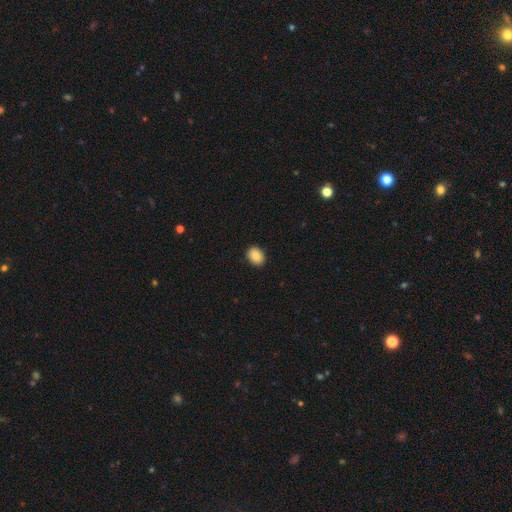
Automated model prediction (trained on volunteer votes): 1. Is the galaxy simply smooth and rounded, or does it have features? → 88% smooth, 8% star or artifact, 4% featured or disk.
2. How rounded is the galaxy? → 64% in between, 35% round, 1% cigar-shaped.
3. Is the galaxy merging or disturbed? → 90% none, 7% minor disturbance, 2% major disturbance, 1% merger.